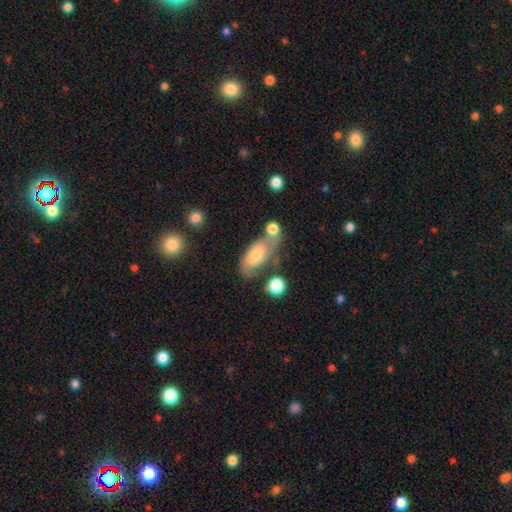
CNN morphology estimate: smooth-or-featured: smooth: 53% | featured or disk: 39% | star or artifact: 8%
  how-rounded: in between: 86% | cigar-shaped: 9% | round: 5%
  merging: none: 43% | minor disturbance: 23% | merger: 22% | major disturbance: 13%